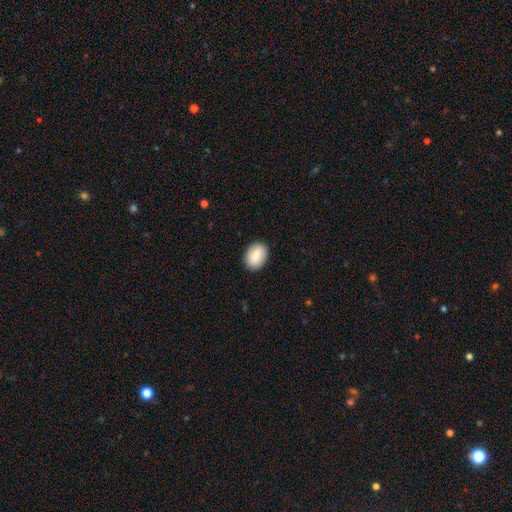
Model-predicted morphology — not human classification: smooth-or-featured: smooth: 76% | featured or disk: 18% | star or artifact: 7%
  how-rounded: in between: 71% | round: 28% | cigar-shaped: 1%
  merging: none: 89% | minor disturbance: 8% | major disturbance: 2% | merger: 1%